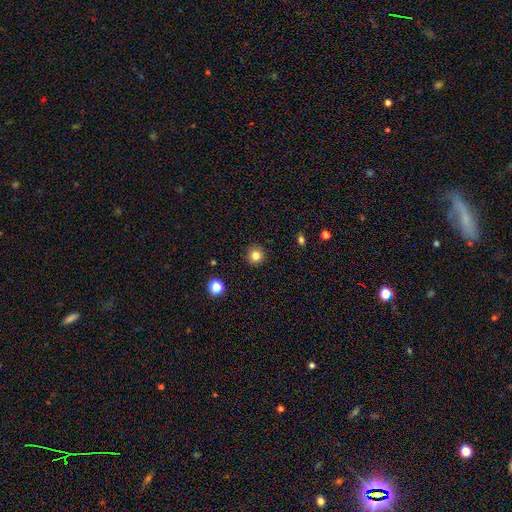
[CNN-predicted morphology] Smooth or featured?
  - smooth: 82% *
  - star or artifact: 13%
  - featured or disk: 6%
How rounded?
  - round: 94% *
  - in between: 5%
  - cigar-shaped: 1%
Merging?
  - none: 91% *
  - minor disturbance: 6%
  - major disturbance: 2%
  - merger: 1%